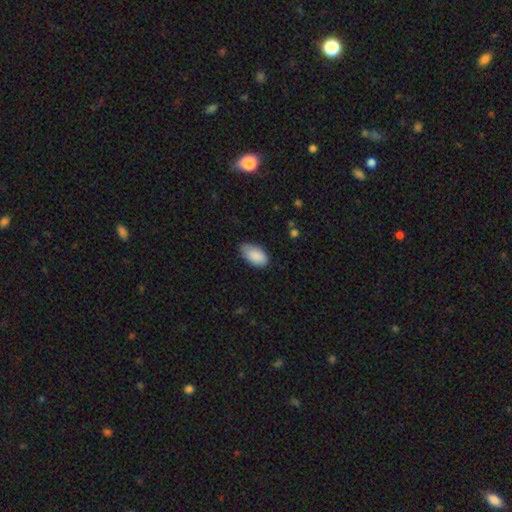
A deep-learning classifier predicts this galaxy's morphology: smooth-or-featured: smooth: 89% | star or artifact: 6% | featured or disk: 5%
  how-rounded: in between: 95% | round: 3% | cigar-shaped: 2%
  merging: none: 71% | minor disturbance: 24% | major disturbance: 4% | merger: 1%